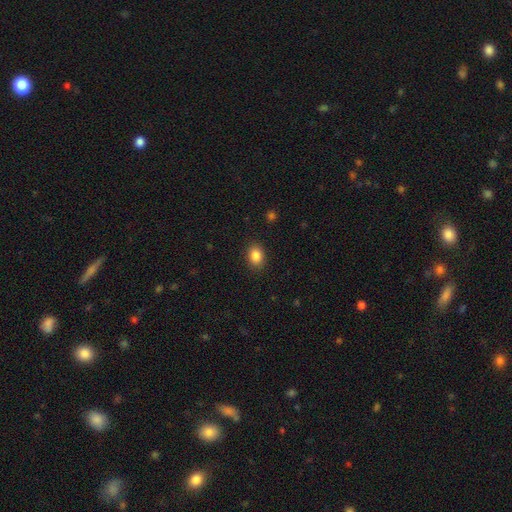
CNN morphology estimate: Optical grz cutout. It shows a smooth galaxy with no disk features (86%) that is in between round and cigar-shaped (64%). Merging: none (88%).